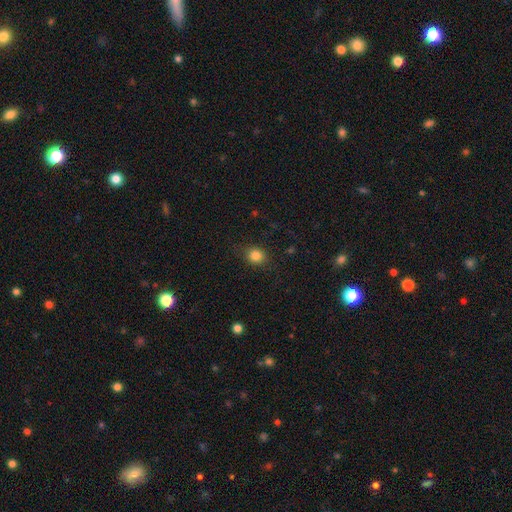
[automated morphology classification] The model was most divided on "how rounded": round: 71%, in between: 28%, cigar-shaped: 1%. More confident: merging — none (83%); smooth or featured — smooth (83%).